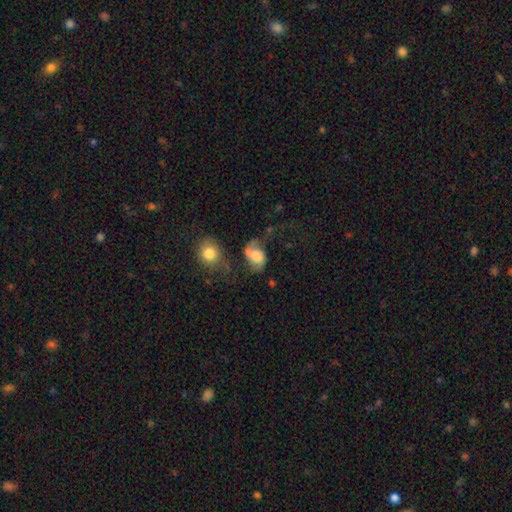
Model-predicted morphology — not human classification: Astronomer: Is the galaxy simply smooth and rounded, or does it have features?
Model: featured or disk — 48% (runner-up: smooth, 43%).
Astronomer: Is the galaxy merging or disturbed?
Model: none — 33%, tied with major disturbance at 33%.